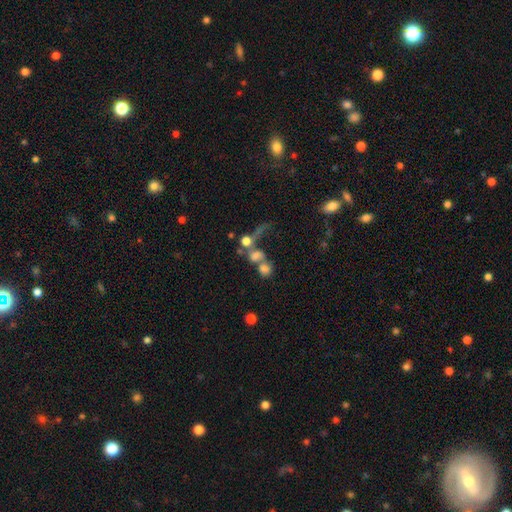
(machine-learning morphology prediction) Smooth or featured: smooth — 59% (featured or disk — 24%)
How rounded: round — 59% (in between — 37%)
Merging: merger — 58% (none — 18%)